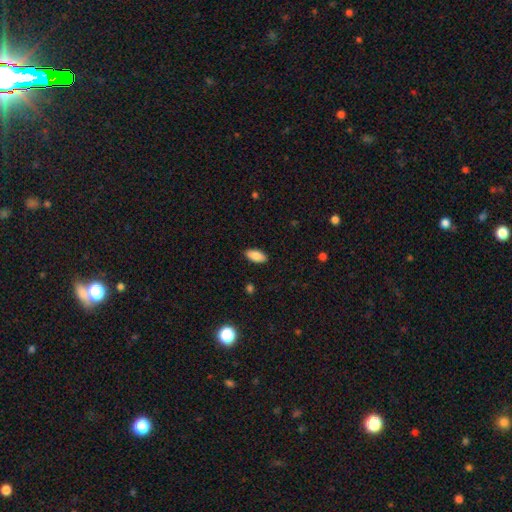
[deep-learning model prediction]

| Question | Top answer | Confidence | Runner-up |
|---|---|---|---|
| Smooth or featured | smooth | 88% | star or artifact (7%) |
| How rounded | in between | 92% | cigar-shaped (6%) |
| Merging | none | 89% | minor disturbance (8%) |